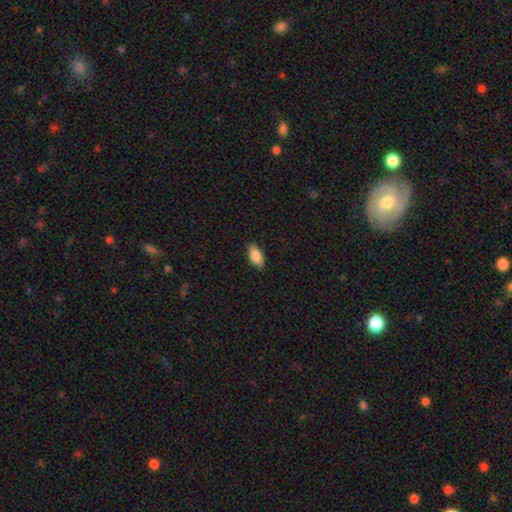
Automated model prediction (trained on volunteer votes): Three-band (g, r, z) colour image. It shows a smooth galaxy with no disk features (86%) that is in between round and cigar-shaped (91%). Merging: none (86%).